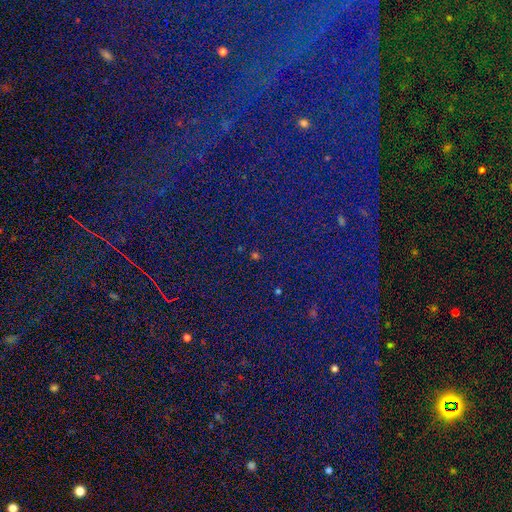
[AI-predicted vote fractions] The model was most divided on "smooth or featured": star or artifact: 77%, smooth: 15%, featured or disk: 8%.